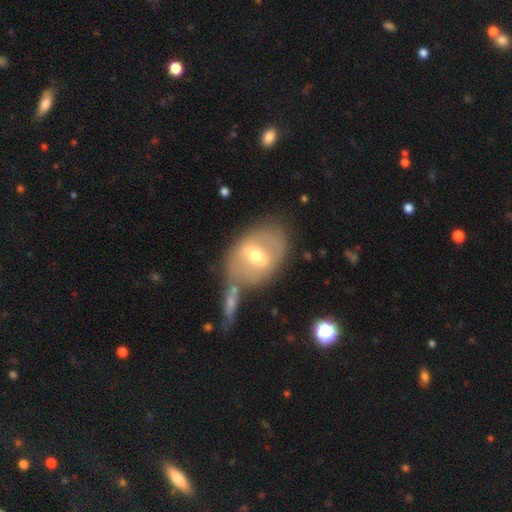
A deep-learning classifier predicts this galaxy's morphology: smooth_or_featured: featured or disk (p=0.60) [alt: smooth p=0.34]
disk_edge_on: no (p=0.87) [alt: yes p=0.13]
bar: strong (p=0.50) [alt: weak p=0.38]
has_spiral_arms: no (p=0.73) [alt: yes p=0.27]
bulge_size: moderate (p=0.69) [alt: small p=0.20]
merging: none (p=0.56) [alt: merger p=0.21]